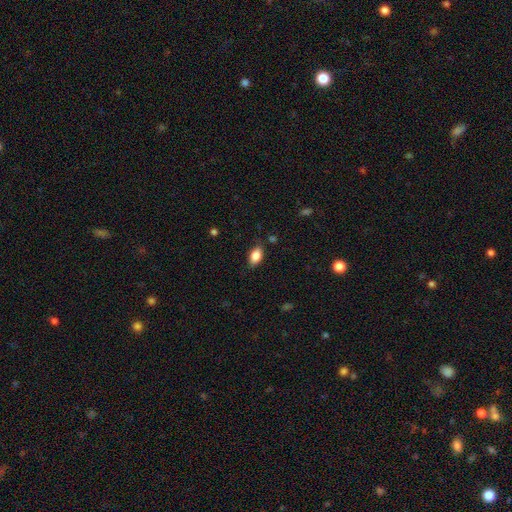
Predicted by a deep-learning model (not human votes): This appears to be a smooth galaxy with no disk features (85%) that is in between round and cigar-shaped (90%). Merging: none (80%).